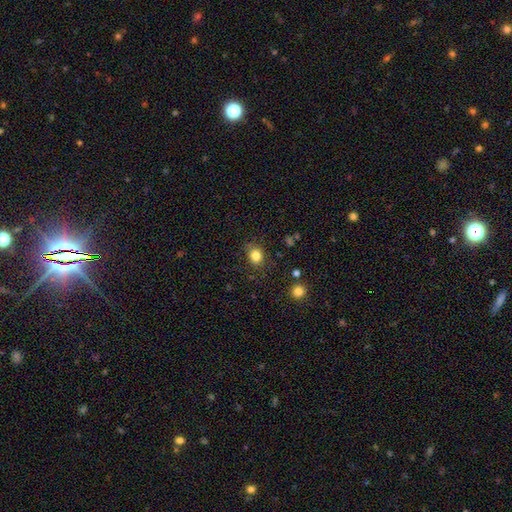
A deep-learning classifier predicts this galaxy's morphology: Overall: smooth (83%). How rounded: round (62%; in between 37%). Merging: none (80%).